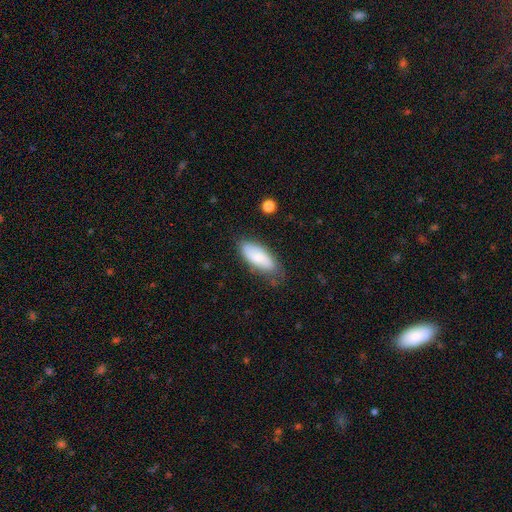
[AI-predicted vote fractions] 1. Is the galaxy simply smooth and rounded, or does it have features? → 74% smooth, 20% featured or disk, 6% star or artifact.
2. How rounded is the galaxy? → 82% in between, 16% cigar-shaped, 2% round.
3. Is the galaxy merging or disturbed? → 66% none, 26% minor disturbance, 6% major disturbance, 2% merger.